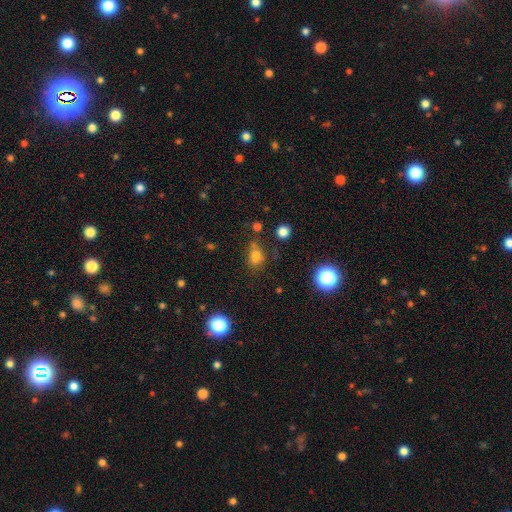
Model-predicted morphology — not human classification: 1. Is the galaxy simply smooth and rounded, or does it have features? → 70% smooth, 21% star or artifact, 9% featured or disk.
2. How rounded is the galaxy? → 65% in between, 32% round, 3% cigar-shaped.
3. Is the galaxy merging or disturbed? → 60% none, 21% minor disturbance, 11% merger, 8% major disturbance.